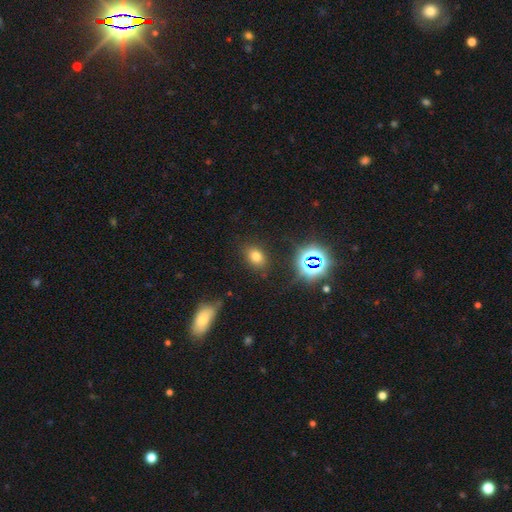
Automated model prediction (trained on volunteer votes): smooth-or-featured: smooth: 69% | star or artifact: 23% | featured or disk: 9%
  how-rounded: in between: 71% | round: 27% | cigar-shaped: 1%
  merging: none: 82% | minor disturbance: 11% | major disturbance: 4% | merger: 2%